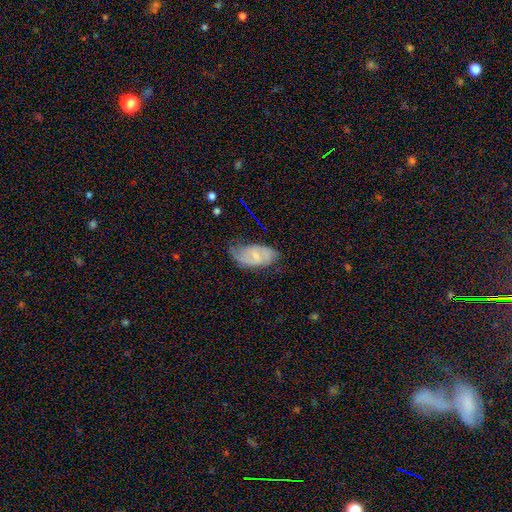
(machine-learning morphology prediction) Smooth or featured: featured or disk — 68% (smooth — 24%)
Edge-on disk: no — 96% (yes — 4%)
Bar: weak — 55% (no — 29%)
Spiral arms: yes — 91% (no — 9%)
Spiral winding: medium — 45% (tight — 31%)
Spiral arm count: 2 — 71% (can't tell — 16%)
Bulge size: small — 59% (moderate — 22%)
Merging: none — 59% (minor disturbance — 28%)